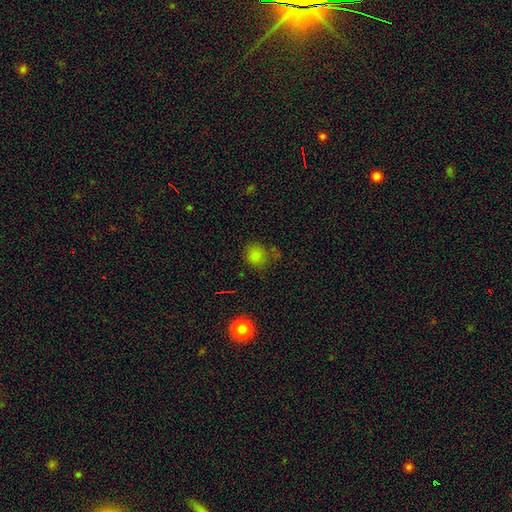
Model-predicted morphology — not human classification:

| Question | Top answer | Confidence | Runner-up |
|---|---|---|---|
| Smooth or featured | smooth | 77% | star or artifact (18%) |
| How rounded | round | 84% | in between (15%) |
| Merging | none | 64% | minor disturbance (20%) |